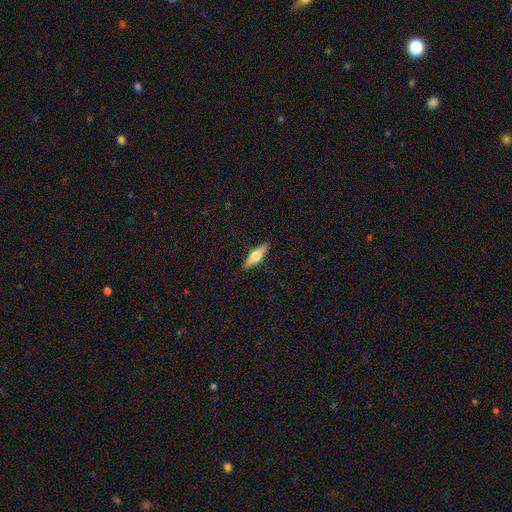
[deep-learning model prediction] smooth-or-featured: featured or disk: 53% | smooth: 41% | star or artifact: 6%
  disk-edge-on: yes: 95% | no: 5%
    edge-on-bulge: rounded: 93% | boxy: 5% | none: 2%
  merging: none: 89% | minor disturbance: 8% | major disturbance: 2% | merger: 1%